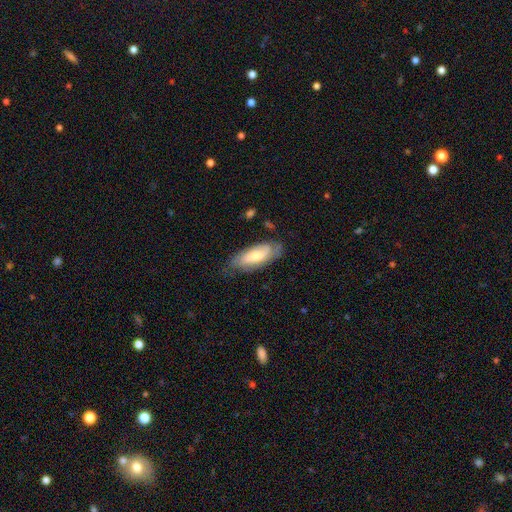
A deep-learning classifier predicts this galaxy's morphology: A smooth galaxy with no disk features (54%) that is in between round and cigar-shaped (75%). Merging: none (68%).